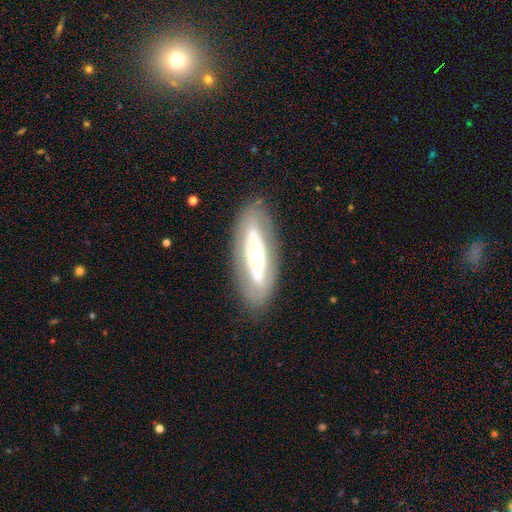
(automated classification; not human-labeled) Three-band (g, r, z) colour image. It shows a featured or disk galaxy (62%). Merging: none (81%).